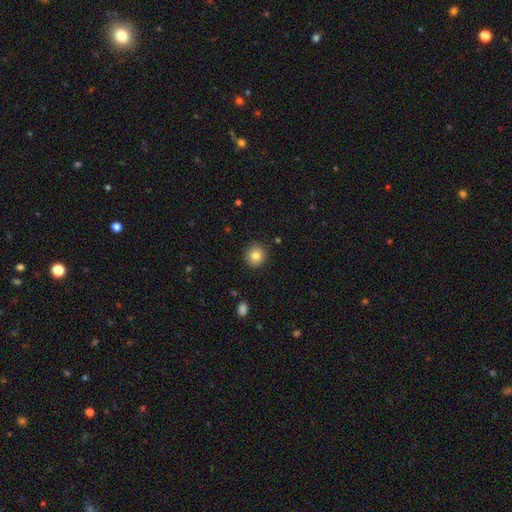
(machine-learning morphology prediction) This is clearly a smooth galaxy (82%). How rounded: clearly round (91%). Merging: clearly none (90%).